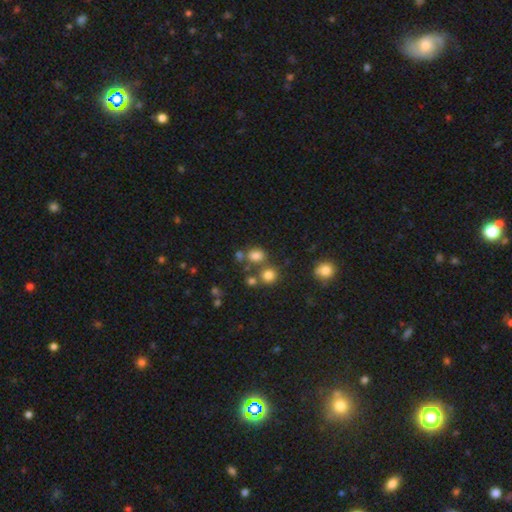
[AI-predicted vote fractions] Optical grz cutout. It shows a smooth galaxy with no disk features (75%) that is in between round and cigar-shaped (51%). Merging: none (58%).